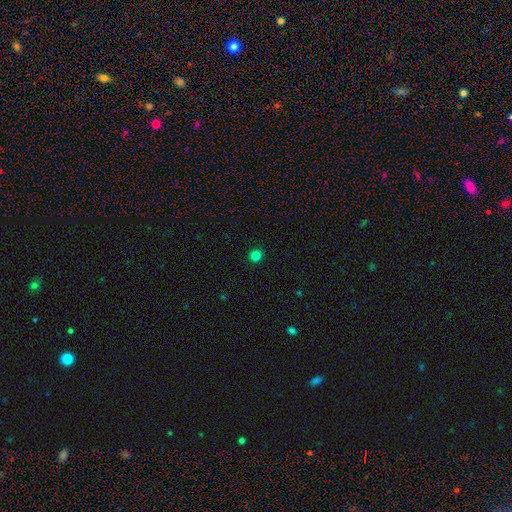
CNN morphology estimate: smooth 82%, star or artifact 15%, featured or disk 3%. Down the decision tree: how rounded — round (93%); merging — none (93%).